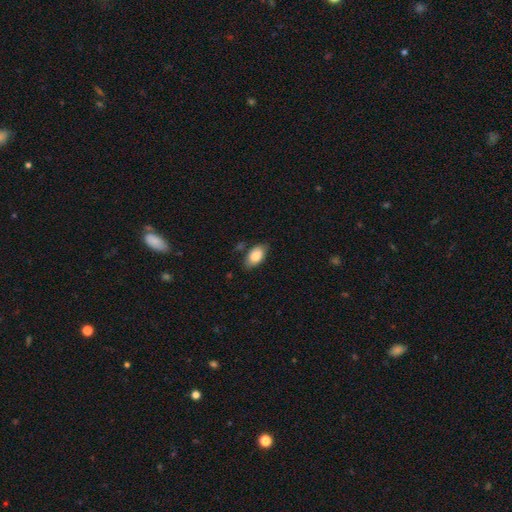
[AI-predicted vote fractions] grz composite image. It shows a smooth galaxy with no disk features (85%) that is in between round and cigar-shaped (93%). Merging: none (75%).